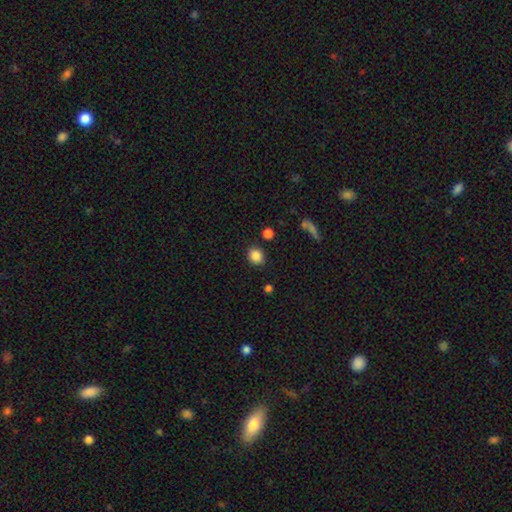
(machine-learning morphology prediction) type=smooth (86%); roundness=round (73%); merging=none (86%).